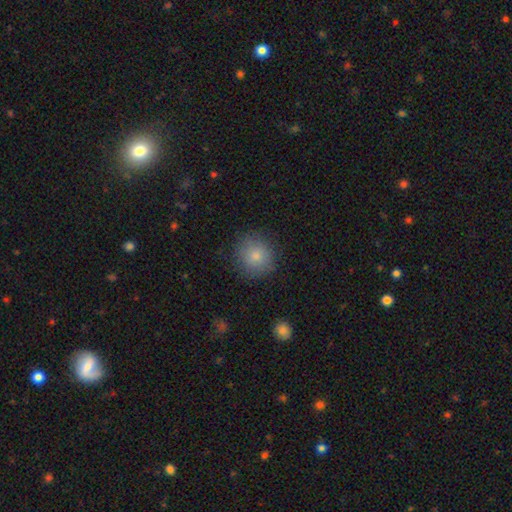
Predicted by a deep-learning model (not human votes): smooth_or_featured: smooth (p=0.83) [alt: star or artifact p=0.09]
how_rounded: round (p=0.92) [alt: in between p=0.07]
merging: none (p=0.85) [alt: minor disturbance p=0.10]